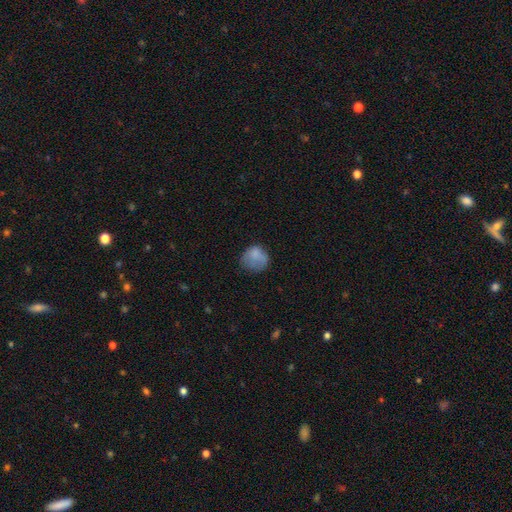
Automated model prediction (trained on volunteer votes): This appears to be a smooth galaxy with no disk features (76%) that is round (75%). Merging: none (52%).